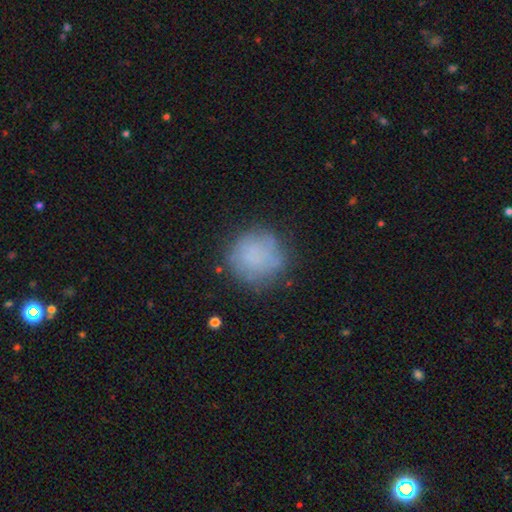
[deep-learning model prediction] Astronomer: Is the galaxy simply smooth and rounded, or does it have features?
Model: smooth — 67%.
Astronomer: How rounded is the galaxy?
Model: round — 90%.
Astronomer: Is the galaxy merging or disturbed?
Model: none — 69%.